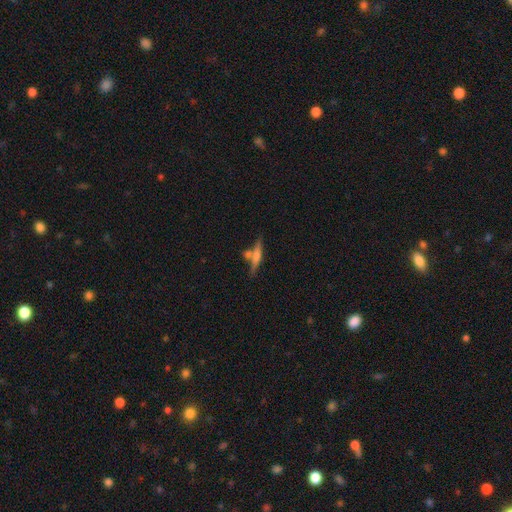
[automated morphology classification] This appears to be a featured or disk galaxy (53%) viewed edge-on (94%). Merging: none (62%).